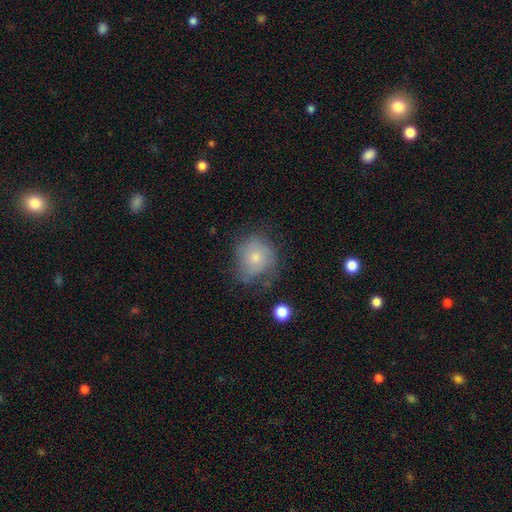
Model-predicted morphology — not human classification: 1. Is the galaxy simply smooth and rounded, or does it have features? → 56% smooth, 33% featured or disk, 11% star or artifact.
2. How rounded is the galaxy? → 77% round, 22% in between, 1% cigar-shaped.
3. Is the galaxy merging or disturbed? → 56% none, 28% minor disturbance, 13% major disturbance, 2% merger.